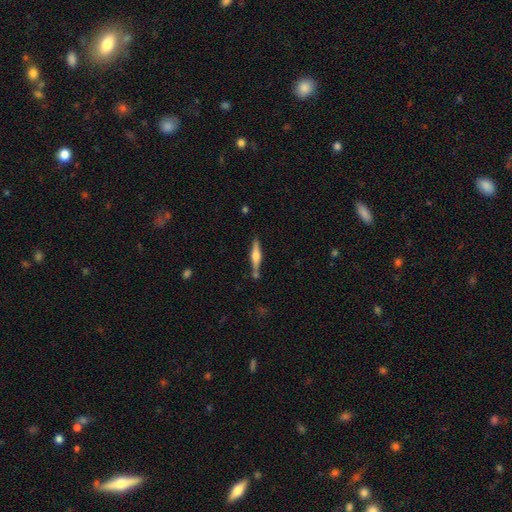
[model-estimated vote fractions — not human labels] The model was most divided on "smooth or featured": featured or disk: 65%, smooth: 29%, star or artifact: 6%. More confident: edge-on disk — yes (97%); edge-on bulge — rounded (83%); merging — none (78%).